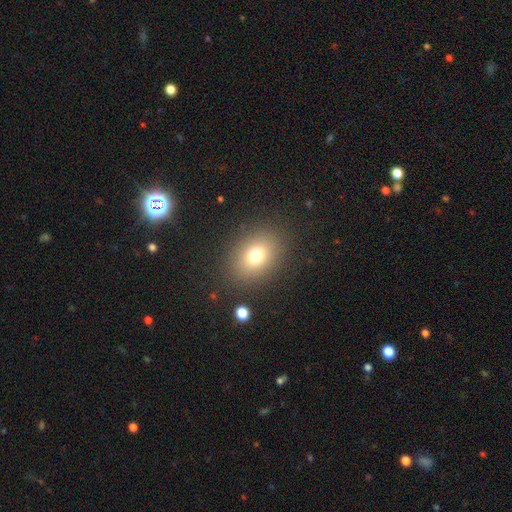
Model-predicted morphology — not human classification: This appears to be a smooth galaxy with no disk features (74%) that is in between round and cigar-shaped (63%). Merging: none (86%).